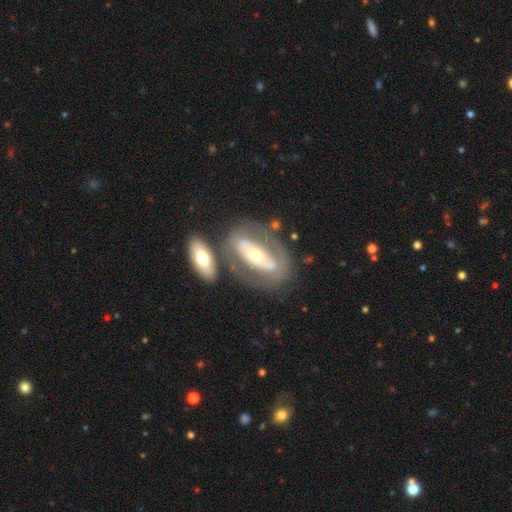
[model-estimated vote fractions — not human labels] smooth_or_featured: featured or disk (p=0.70) [alt: smooth p=0.25]
disk_edge_on: no (p=0.88) [alt: yes p=0.12]
bar: no (p=0.48) [alt: strong p=0.33]
has_spiral_arms: no (p=0.60) [alt: yes p=0.40]
bulge_size: moderate (p=0.56) [alt: small p=0.36]
merging: none (p=0.62) [alt: merger p=0.16]